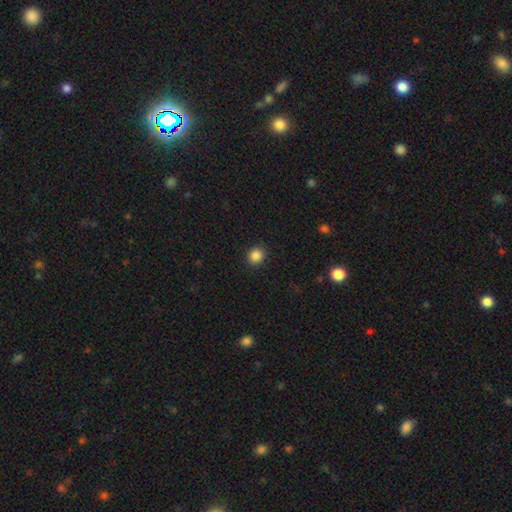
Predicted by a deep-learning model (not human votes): Morphology: type=smooth (86%); roundness=round (85%); merging=none (91%).